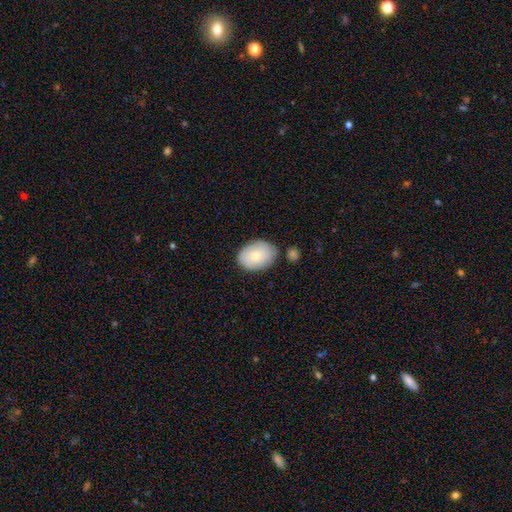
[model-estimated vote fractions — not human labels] smooth_or_featured: smooth (p=0.77) [alt: featured or disk p=0.17]
how_rounded: in between (p=0.77) [alt: round p=0.22]
merging: none (p=0.73) [alt: minor disturbance p=0.17]